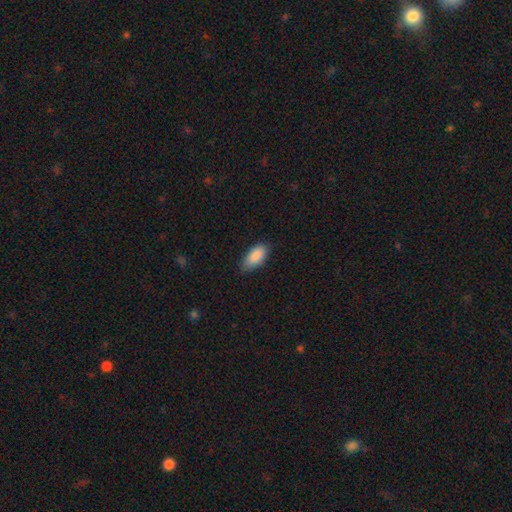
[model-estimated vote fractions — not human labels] Q: Smooth or featured?
A: smooth (89%); runner-up: star or artifact (6%)
Q: How rounded?
A: in between (92%); runner-up: cigar-shaped (6%)
Q: Merging?
A: none (79%); runner-up: minor disturbance (18%)